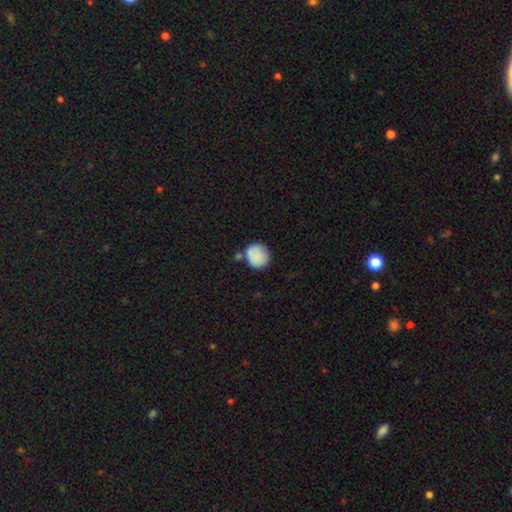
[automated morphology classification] A smooth galaxy with no disk features (86%) that is round (86%). Merging: none (62%).